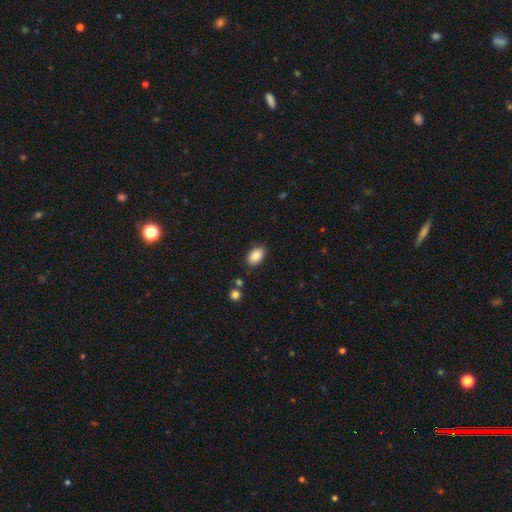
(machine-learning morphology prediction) Smooth or featured: smooth — 88% (star or artifact — 7%)
How rounded: in between — 92% (round — 7%)
Merging: none — 84% (minor disturbance — 10%)